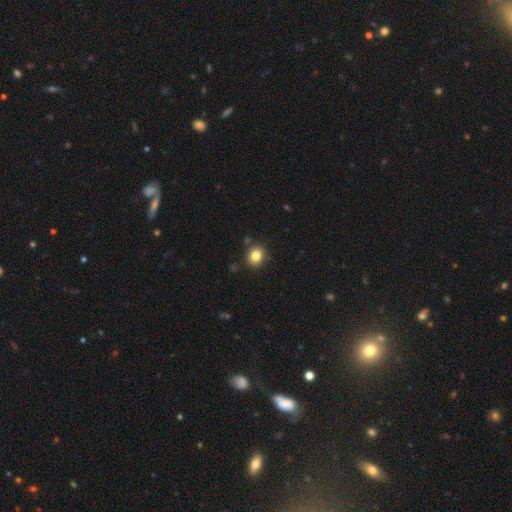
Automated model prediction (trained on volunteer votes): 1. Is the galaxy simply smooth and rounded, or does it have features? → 83% smooth, 11% star or artifact, 6% featured or disk.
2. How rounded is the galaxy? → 63% round, 36% in between, 1% cigar-shaped.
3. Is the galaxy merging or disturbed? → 86% none, 9% minor disturbance, 3% merger, 2% major disturbance.